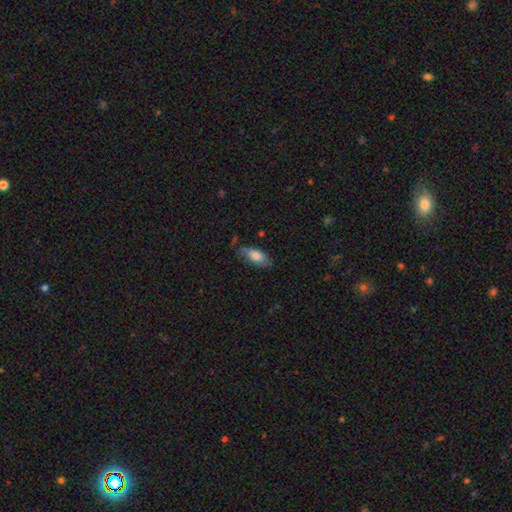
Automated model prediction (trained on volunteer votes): Smooth or featured? smooth (73%)
How rounded? in between (87%)
Merging? none (67%)